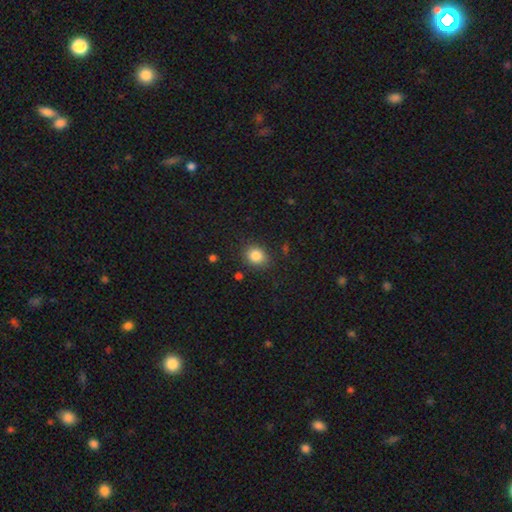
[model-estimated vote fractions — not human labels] Smooth or featured? Predicted: smooth (p=0.85). How rounded? Predicted: round (p=0.57). Merging? Predicted: none (p=0.82).